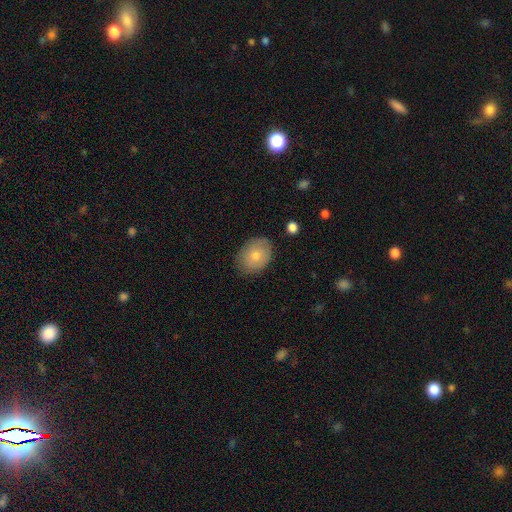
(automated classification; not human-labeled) A smooth galaxy with no disk features (75%) that is in between round and cigar-shaped (68%).

Vote fractions:
- Smooth or featured? smooth: 75% / featured or disk: 18% / star or artifact: 7%
- How rounded? in between: 68% / round: 32% / cigar-shaped: 1%
- Merging? none: 81% / minor disturbance: 14% / major disturbance: 3% / merger: 1%